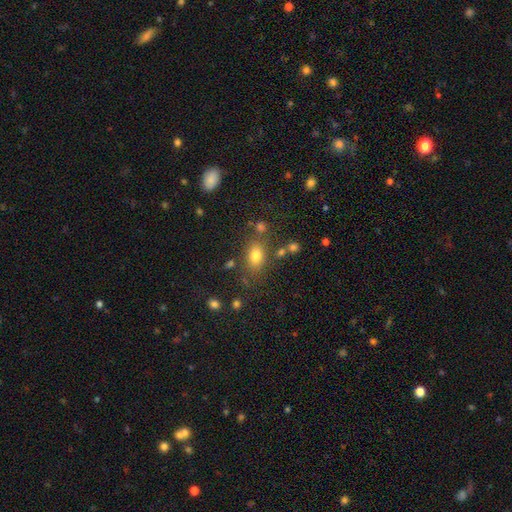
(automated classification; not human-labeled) Overall: smooth (77%). How rounded: in between (75%). Merging: none (73%).